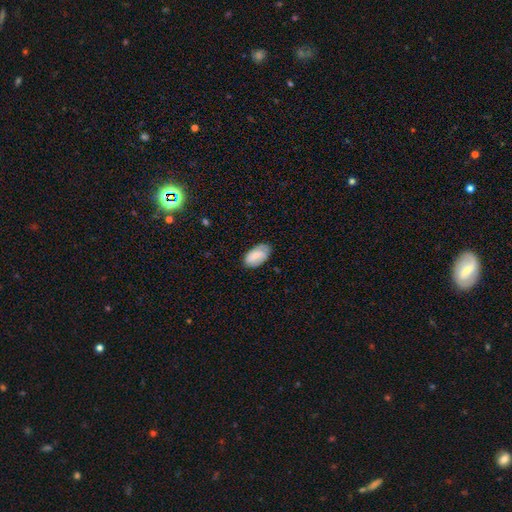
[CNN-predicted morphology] The model was most divided on "merging": none: 69%, minor disturbance: 24%, major disturbance: 5%, merger: 1%. More confident: how rounded — in between (94%); smooth or featured — smooth (71%).